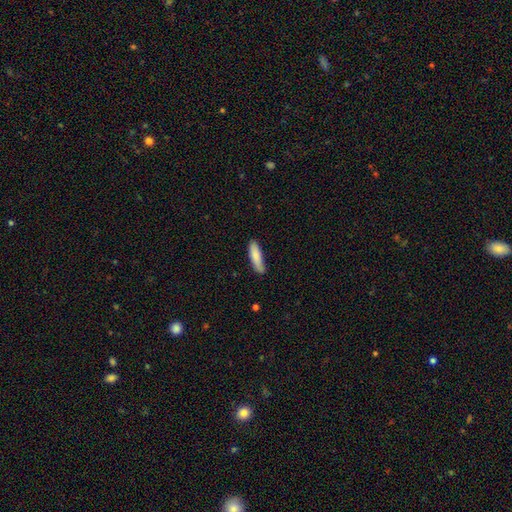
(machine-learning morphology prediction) This appears to be a smooth galaxy with no disk features (84%) that is cigar-shaped (70%). Merging: none (80%).